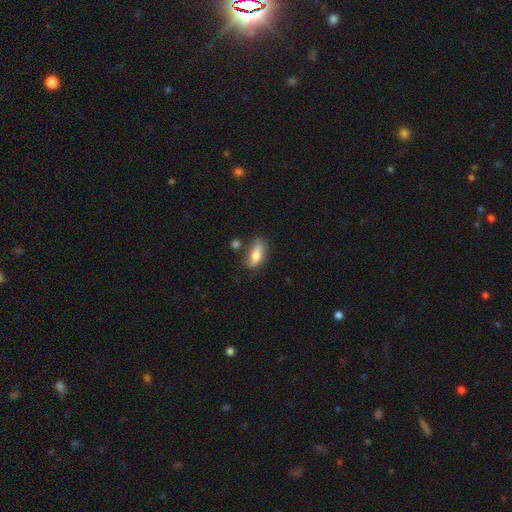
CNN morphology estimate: Smooth or featured? Predicted: smooth (p=0.68). How rounded? Predicted: in between (p=0.69). Merging? Predicted: none (p=0.61).